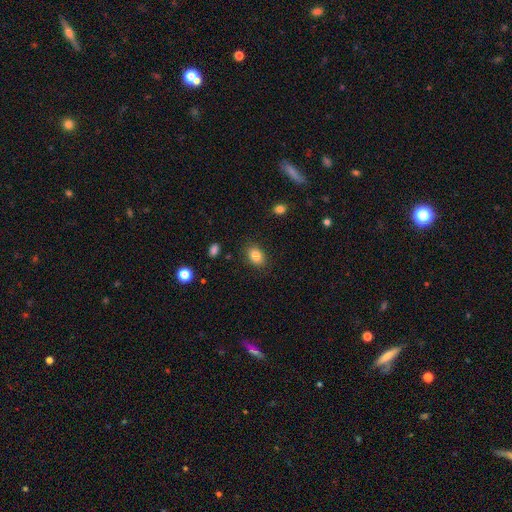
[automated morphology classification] smooth-or-featured: smooth: 84% | star or artifact: 9% | featured or disk: 7%
  how-rounded: in between: 74% | round: 25% | cigar-shaped: 1%
  merging: none: 86% | minor disturbance: 10% | major disturbance: 3% | merger: 1%